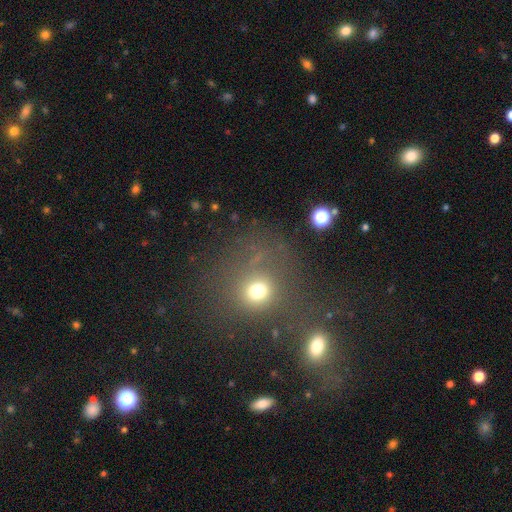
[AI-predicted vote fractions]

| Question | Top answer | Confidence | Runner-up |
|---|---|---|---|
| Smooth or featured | smooth | 54% | star or artifact (34%) |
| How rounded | round | 84% | in between (15%) |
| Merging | none | 48% | merger (30%) |